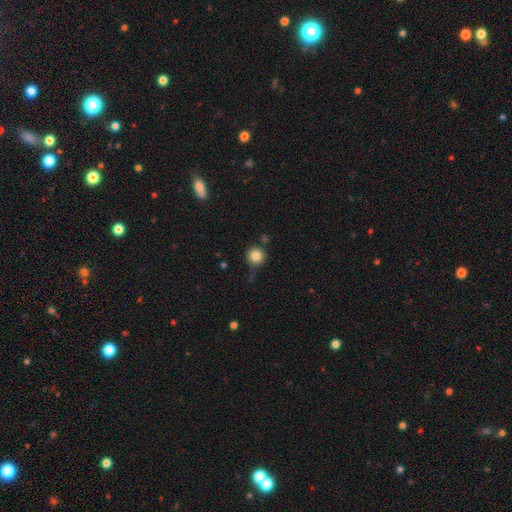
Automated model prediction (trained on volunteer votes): Smooth or featured? Predicted: smooth (p=0.83). How rounded? Predicted: round (p=0.94). Merging? Predicted: none (p=0.78).